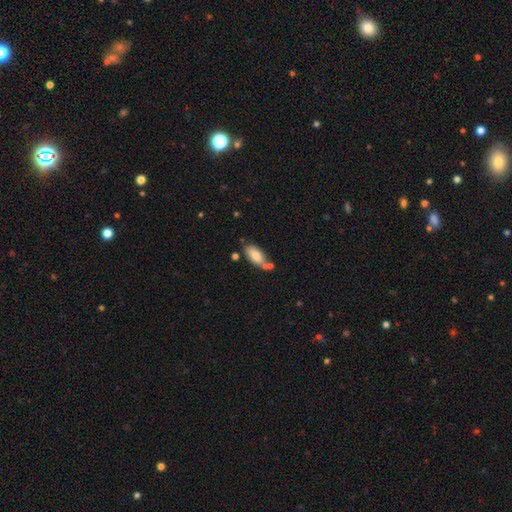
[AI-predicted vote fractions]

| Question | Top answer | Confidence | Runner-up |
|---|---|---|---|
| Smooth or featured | smooth | 79% | featured or disk (14%) |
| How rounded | in between | 90% | cigar-shaped (8%) |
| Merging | none | 60% | merger (18%) |